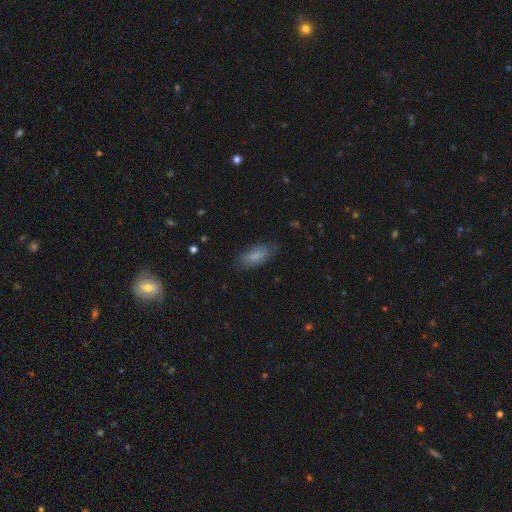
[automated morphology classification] A smooth galaxy with no disk features (80%) that is in between round and cigar-shaped (78%).

Vote fractions:
- Smooth or featured? smooth: 80% / featured or disk: 13% / star or artifact: 7%
- How rounded? in between: 78% / cigar-shaped: 19% / round: 2%
- Merging? none: 78% / minor disturbance: 17% / major disturbance: 4% / merger: 1%